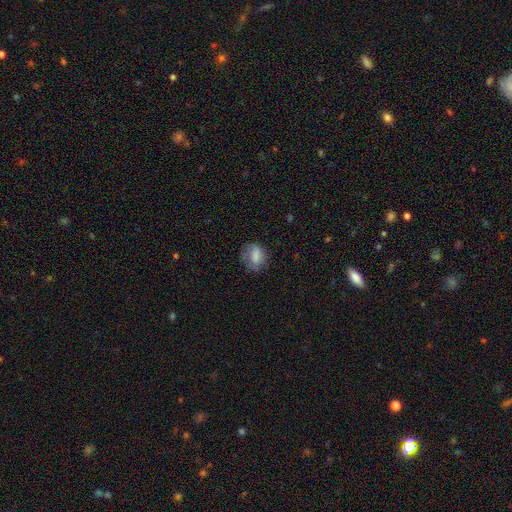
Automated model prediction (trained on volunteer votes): Smooth or featured? Predicted: smooth (p=0.79). How rounded? Predicted: in between (p=0.62). Merging? Predicted: none (p=0.61).